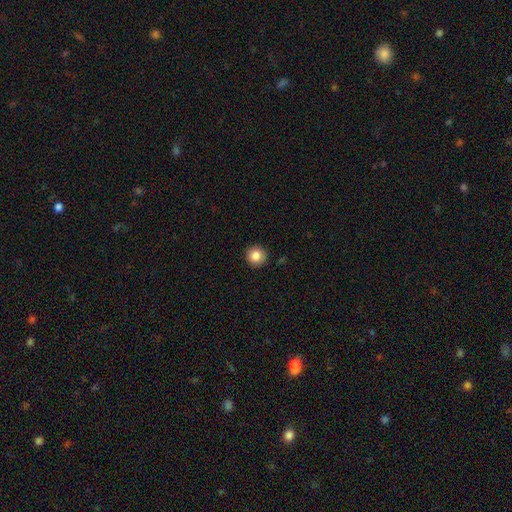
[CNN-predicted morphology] A smooth galaxy with no disk features (85%) that is round (95%).

Vote fractions:
- Smooth or featured? smooth: 85% / star or artifact: 9% / featured or disk: 5%
- How rounded? round: 95% / in between: 4% / cigar-shaped: 1%
- Merging? none: 91% / minor disturbance: 6% / major disturbance: 2% / merger: 1%